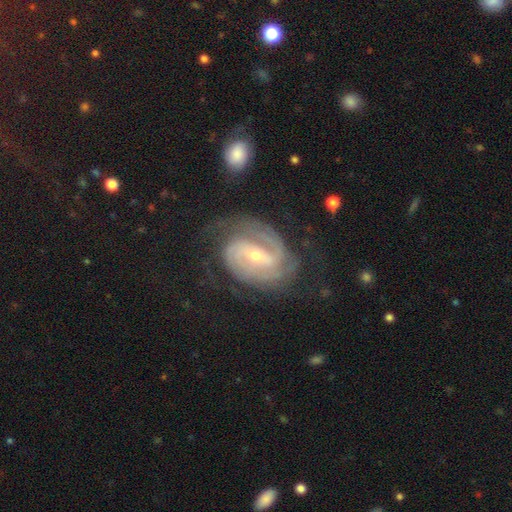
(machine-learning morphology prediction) A featured or disk galaxy (90%) with a weak bar (42%), 2 (62%) tight (56%) spiral arms (97%) and a small central bulge (58%). Merging: none (68%).